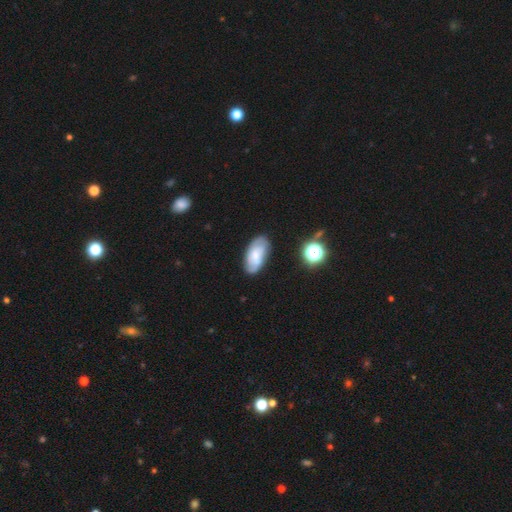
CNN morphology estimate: This is possibly a smooth galaxy (50%). Merging: likely none (76%).